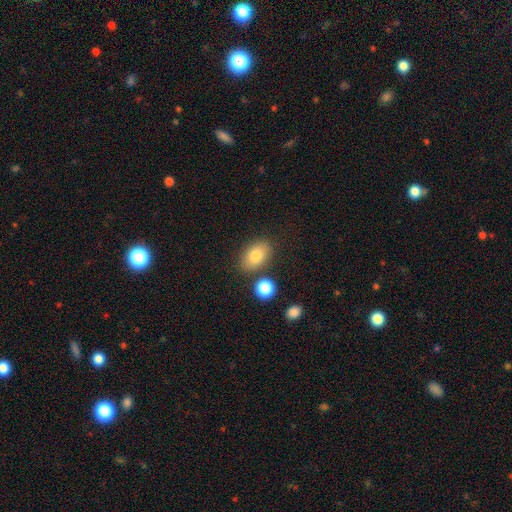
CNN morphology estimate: Overall: smooth (79%). How rounded: in between (86%). Merging: none (79%).